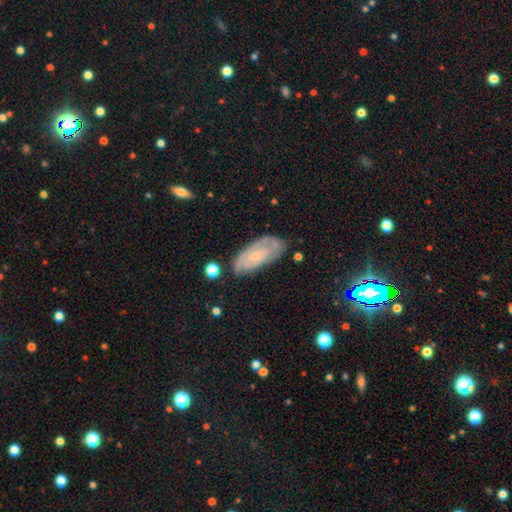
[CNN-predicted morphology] type=featured or disk (57%); edge-on=no (89%); bar=no (76%); spiral arms=yes (67%); bulge=small (74%); merging=none (70%).